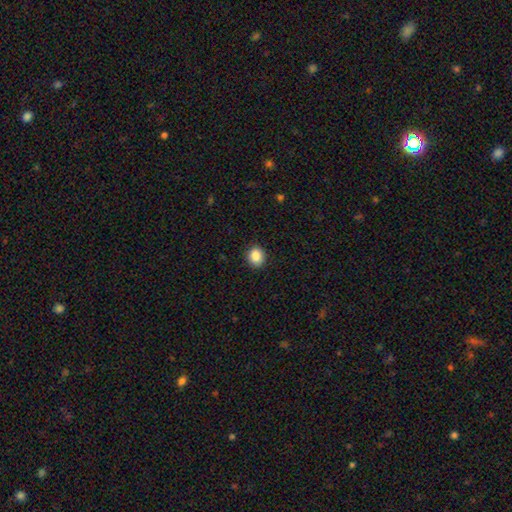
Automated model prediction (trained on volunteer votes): This is clearly a smooth galaxy (87%). How rounded: likely round (69%). Merging: clearly none (90%).